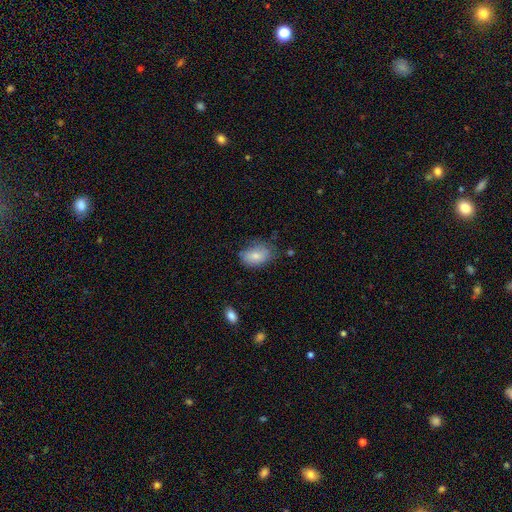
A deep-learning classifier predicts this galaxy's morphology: Smooth or featured?
  - smooth: 81% *
  - featured or disk: 12%
  - star or artifact: 8%
How rounded?
  - in between: 85% *
  - round: 13%
  - cigar-shaped: 1%
Merging?
  - none: 64% *
  - minor disturbance: 27%
  - major disturbance: 7%
  - merger: 2%